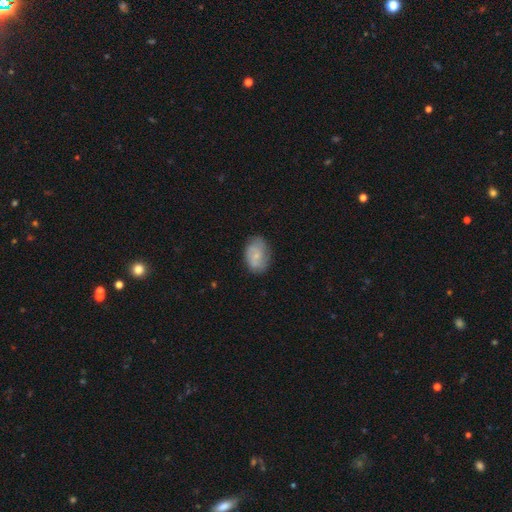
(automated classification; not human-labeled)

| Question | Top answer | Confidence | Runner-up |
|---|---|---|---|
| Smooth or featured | smooth | 57% | featured or disk (36%) |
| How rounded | in between | 79% | round (20%) |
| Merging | none | 72% | minor disturbance (21%) |